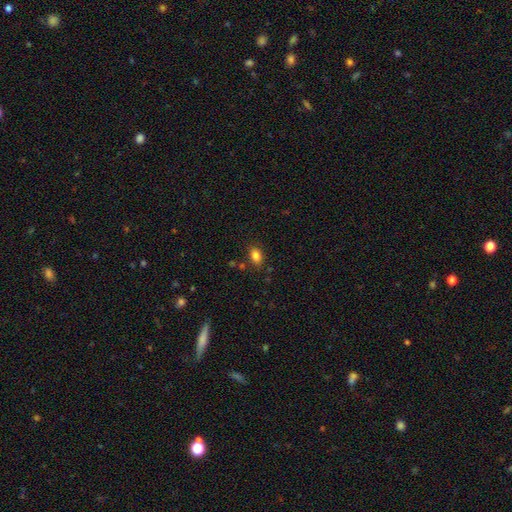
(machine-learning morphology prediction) This appears to be a smooth galaxy with no disk features (84%) that is in between round and cigar-shaped (85%). Merging: none (82%).